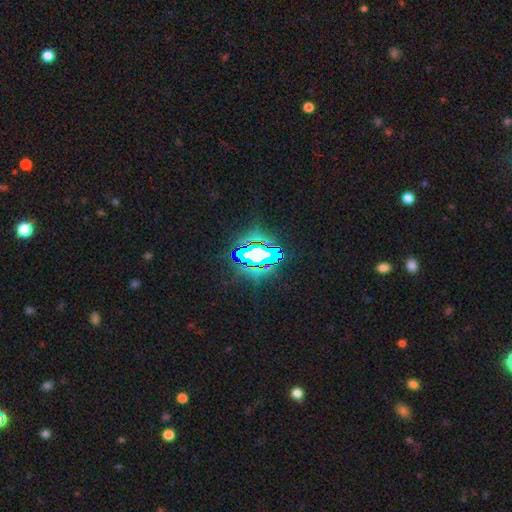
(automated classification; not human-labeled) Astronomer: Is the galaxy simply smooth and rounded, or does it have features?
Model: star or artifact — 71%.